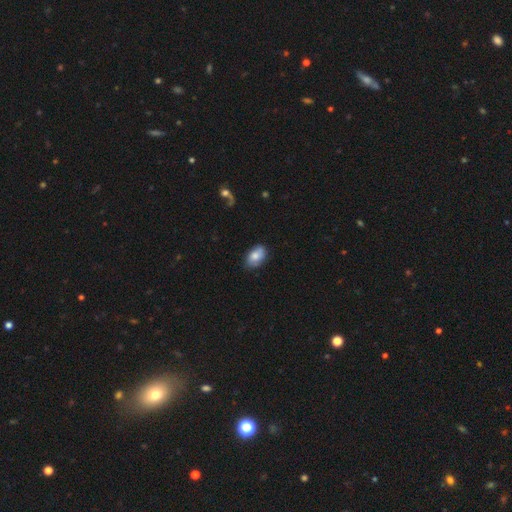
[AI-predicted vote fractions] smooth_or_featured: smooth (p=0.75) [alt: featured or disk p=0.18]
how_rounded: in between (p=0.90) [alt: round p=0.09]
merging: none (p=0.79) [alt: minor disturbance p=0.16]